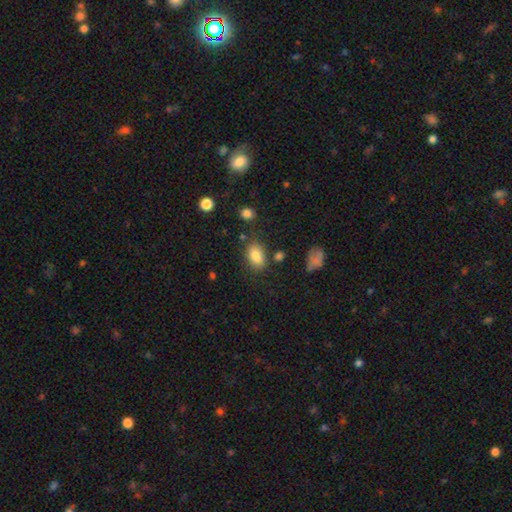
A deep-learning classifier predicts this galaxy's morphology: A smooth galaxy with no disk features (84%) that is in between round and cigar-shaped (86%). Merging: none (73%).